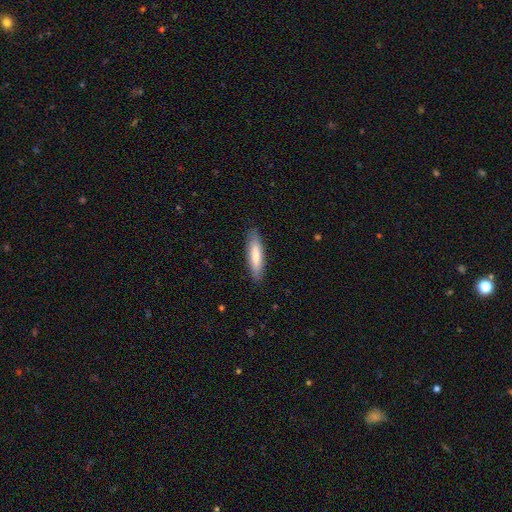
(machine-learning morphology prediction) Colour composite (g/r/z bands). It shows a smooth galaxy with no disk features (77%) that is cigar-shaped (72%). Merging: none (87%).